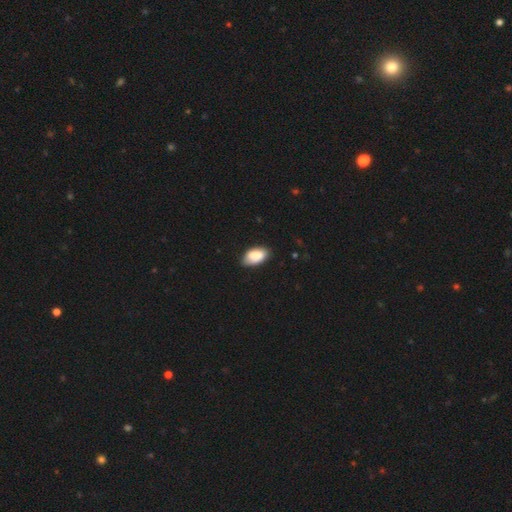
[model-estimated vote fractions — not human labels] smooth 86%, featured or disk 8%, star or artifact 6%. Down the decision tree: how rounded — in between (95%); merging — none (76%).